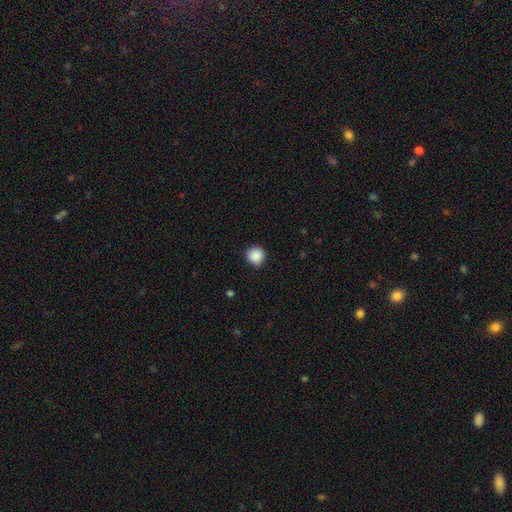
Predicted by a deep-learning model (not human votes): A smooth galaxy with no disk features (88%) that is round (93%). Merging: none (86%).